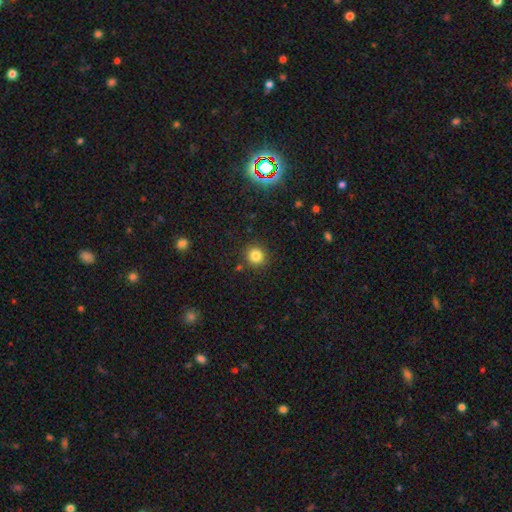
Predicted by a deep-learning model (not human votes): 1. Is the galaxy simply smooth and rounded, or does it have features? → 82% smooth, 13% star or artifact, 5% featured or disk.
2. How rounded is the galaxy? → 91% round, 8% in between, 1% cigar-shaped.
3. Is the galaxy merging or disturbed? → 88% none, 7% minor disturbance, 2% merger, 2% major disturbance.